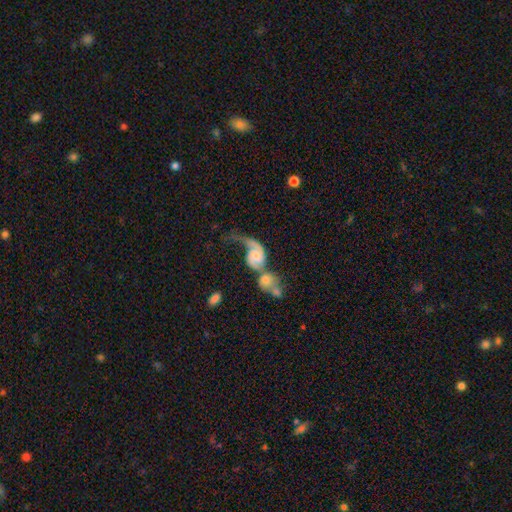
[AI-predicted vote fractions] This appears to be a featured or disk galaxy (76%) with no bar (64%), 2 (63%) loose (61%) spiral arms (92%) and a small central bulge (36%). Merging: merger (57%).